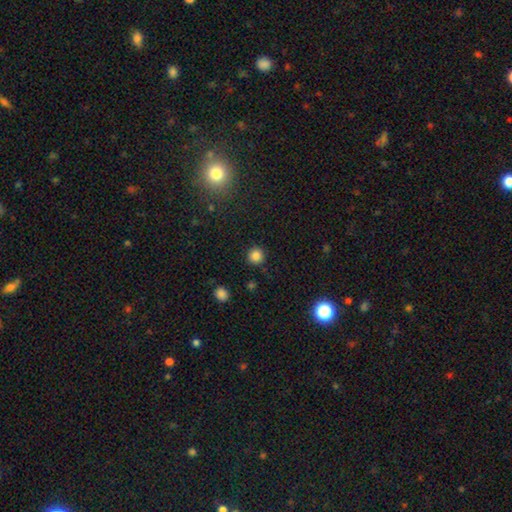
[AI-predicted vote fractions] smooth-or-featured: smooth: 84% | star or artifact: 12% | featured or disk: 4%
  how-rounded: round: 94% | in between: 5% | cigar-shaped: 1%
  merging: none: 90% | minor disturbance: 6% | major disturbance: 2% | merger: 2%